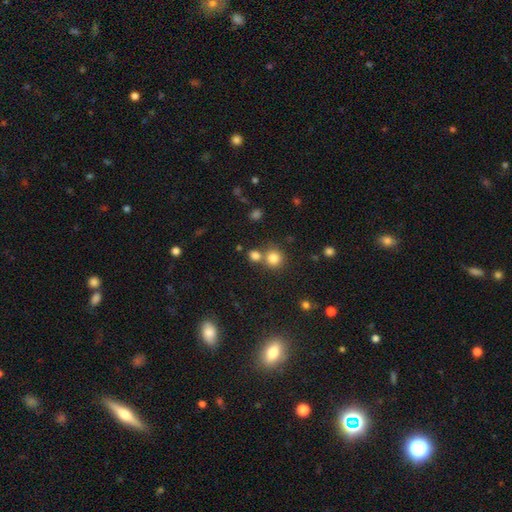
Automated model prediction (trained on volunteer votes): A smooth galaxy with no disk features (79%) that is round (83%).

Vote fractions:
- Smooth or featured? smooth: 79% / star or artifact: 15% / featured or disk: 7%
- How rounded? round: 83% / in between: 16% / cigar-shaped: 1%
- Merging? none: 61% / merger: 28% / minor disturbance: 8% / major disturbance: 3%